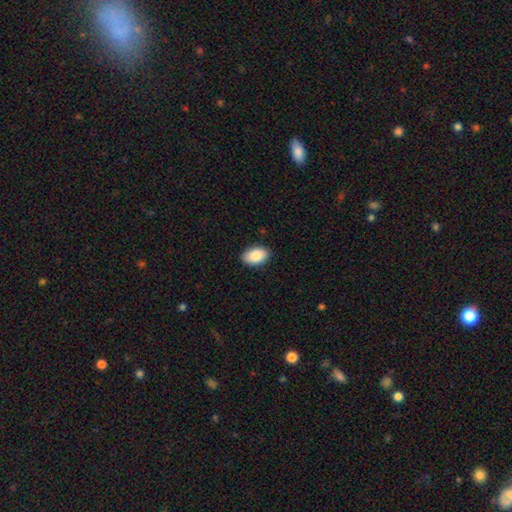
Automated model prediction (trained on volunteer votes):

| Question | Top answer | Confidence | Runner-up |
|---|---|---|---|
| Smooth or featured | smooth | 88% | star or artifact (6%) |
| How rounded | in between | 91% | round (8%) |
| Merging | none | 88% | minor disturbance (9%) |